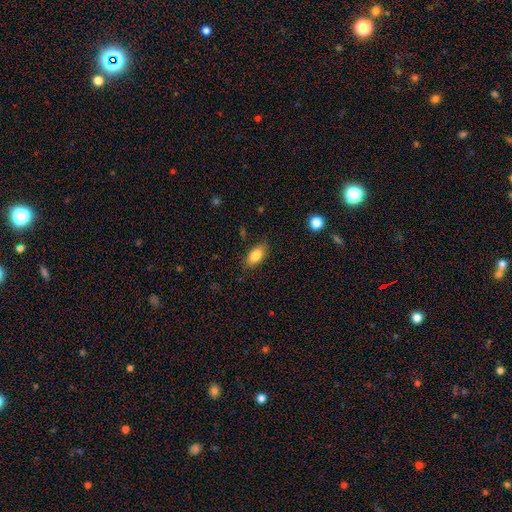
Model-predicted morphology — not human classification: smooth-or-featured: smooth: 81% | featured or disk: 11% | star or artifact: 7%
  how-rounded: in between: 87% | cigar-shaped: 10% | round: 4%
  merging: none: 85% | minor disturbance: 11% | major disturbance: 3% | merger: 1%